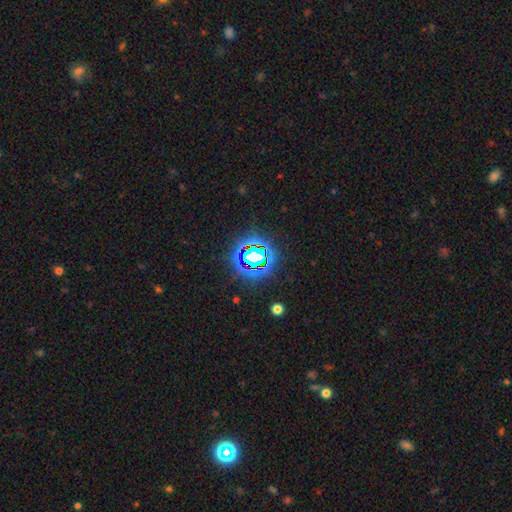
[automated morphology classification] Smooth or featured? star or artifact (74%)